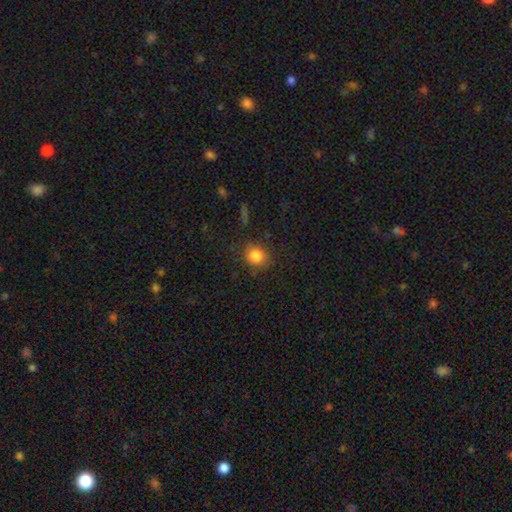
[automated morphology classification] Smooth or featured: smooth — 84% (star or artifact — 11%)
How rounded: round — 80% (in between — 19%)
Merging: none — 82% (minor disturbance — 12%)